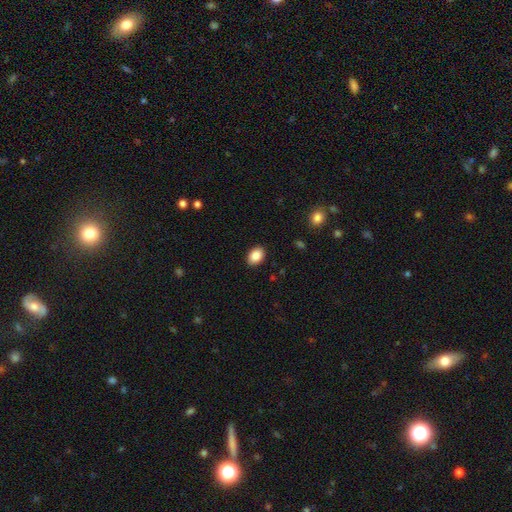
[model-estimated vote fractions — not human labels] The model was most divided on "how rounded": in between: 79%, round: 20%, cigar-shaped: 1%. More confident: merging — none (89%); smooth or featured — smooth (88%).